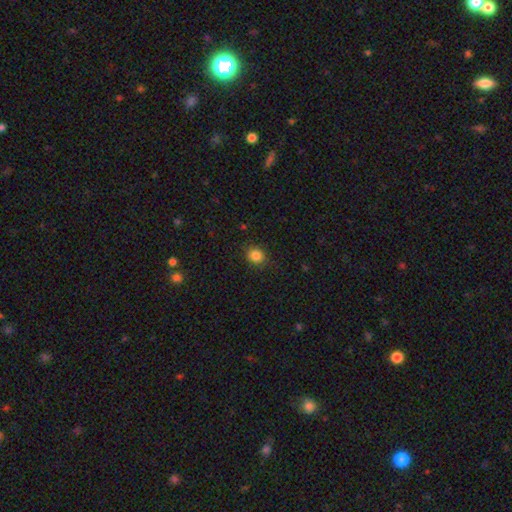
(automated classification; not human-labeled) This appears to be a smooth galaxy with no disk features (85%) that is round (72%). Merging: none (88%).